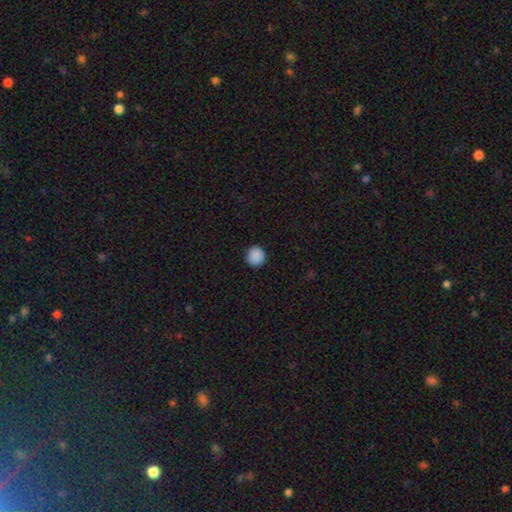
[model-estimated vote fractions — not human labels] smooth-or-featured: smooth: 89% | star or artifact: 9% | featured or disk: 2%
  how-rounded: round: 94% | in between: 5% | cigar-shaped: 1%
  merging: none: 92% | minor disturbance: 5% | major disturbance: 2% | merger: 1%